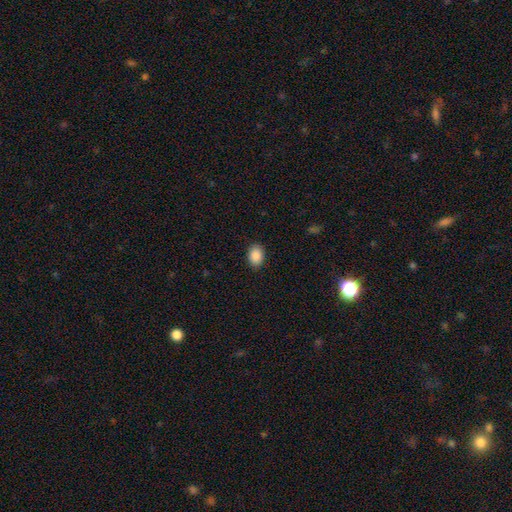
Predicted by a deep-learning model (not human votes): Smooth or featured?
  - smooth: 90% *
  - star or artifact: 8%
  - featured or disk: 3%
How rounded?
  - in between: 79% *
  - round: 20%
  - cigar-shaped: 1%
Merging?
  - none: 89% *
  - minor disturbance: 8%
  - major disturbance: 2%
  - merger: 1%